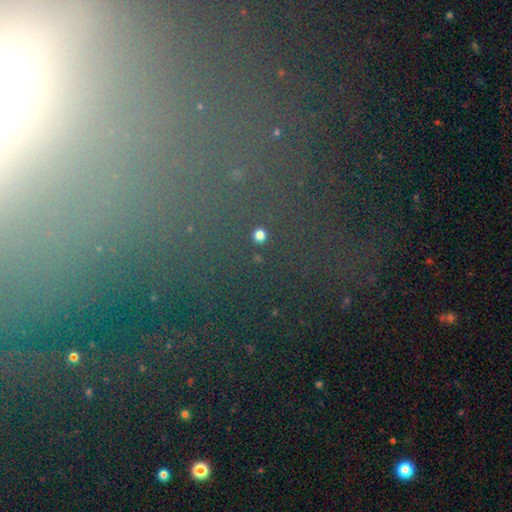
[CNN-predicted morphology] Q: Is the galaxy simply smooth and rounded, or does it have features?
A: star or artifact — 69%.